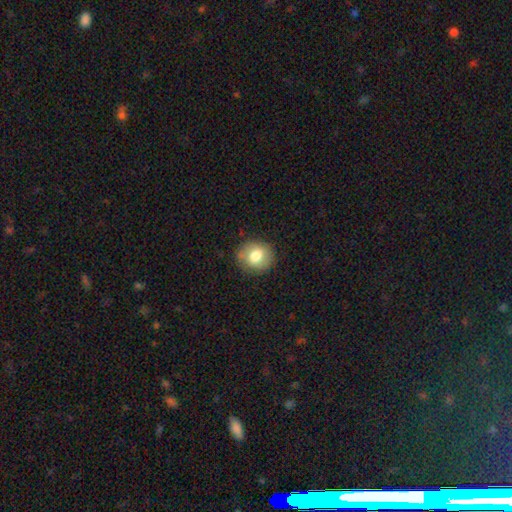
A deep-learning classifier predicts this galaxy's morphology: smooth_or_featured: smooth (p=0.76) [alt: featured or disk p=0.15]
how_rounded: round (p=0.78) [alt: in between p=0.21]
merging: none (p=0.81) [alt: minor disturbance p=0.14]